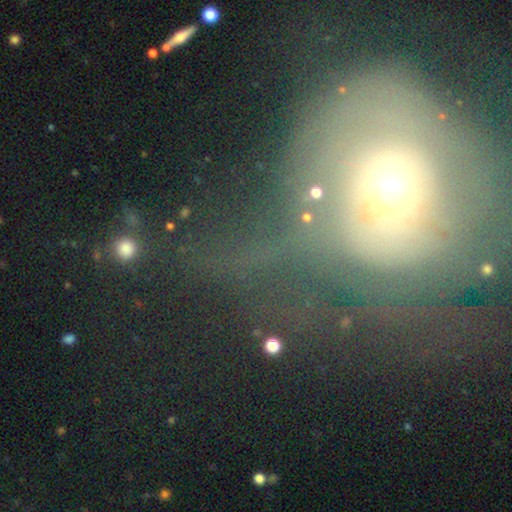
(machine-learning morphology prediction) Smooth or featured?
  - smooth: 36% *
  - featured or disk: 34%
  - star or artifact: 30%
Merging?
  - none: 40% *
  - major disturbance: 37%
  - minor disturbance: 14%
  - merger: 10%